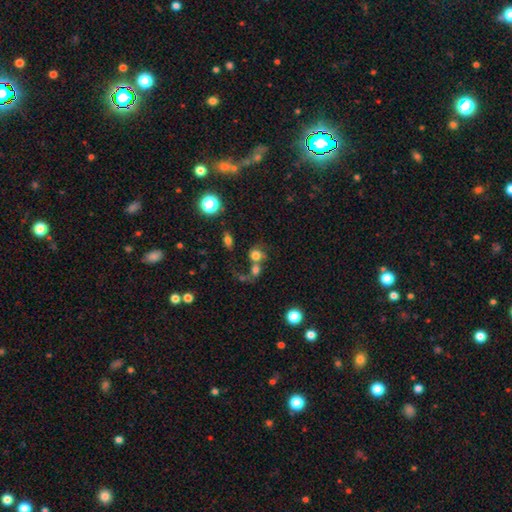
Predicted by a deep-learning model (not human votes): Q: Smooth or featured?
A: smooth (71%); runner-up: star or artifact (15%)
Q: How rounded?
A: round (73%); runner-up: in between (26%)
Q: Merging?
A: merger (50%); runner-up: none (30%)